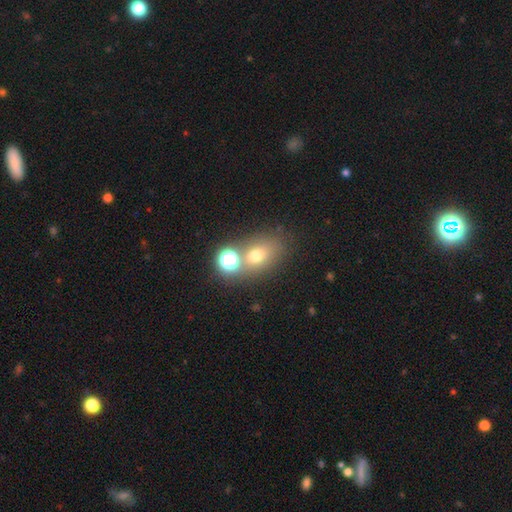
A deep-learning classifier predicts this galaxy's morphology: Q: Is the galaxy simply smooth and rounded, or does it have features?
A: smooth — 66%.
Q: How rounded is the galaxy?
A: in between — 54%.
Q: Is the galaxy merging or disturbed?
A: none — 57%.